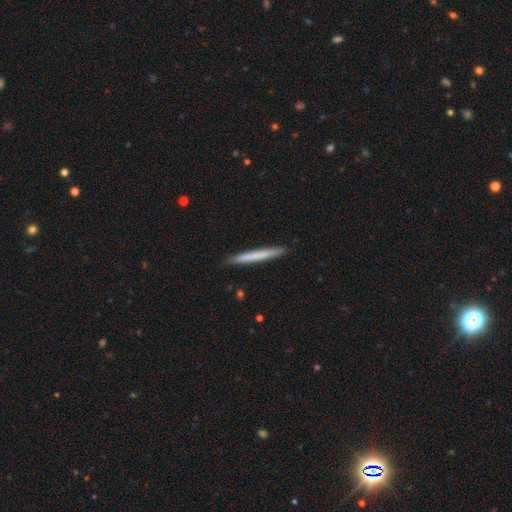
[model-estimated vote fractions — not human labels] A smooth galaxy with no disk features (66%) that is cigar-shaped (97%). Merging: none (90%).